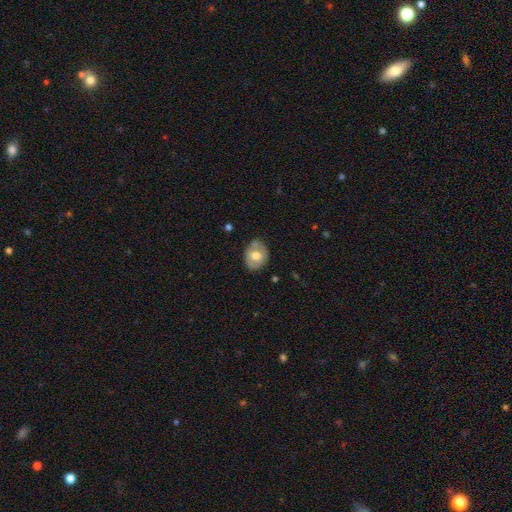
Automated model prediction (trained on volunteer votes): The model was most divided on "how rounded": in between: 58%, round: 41%, cigar-shaped: 1%. More confident: merging — none (68%); smooth or featured — smooth (55%).